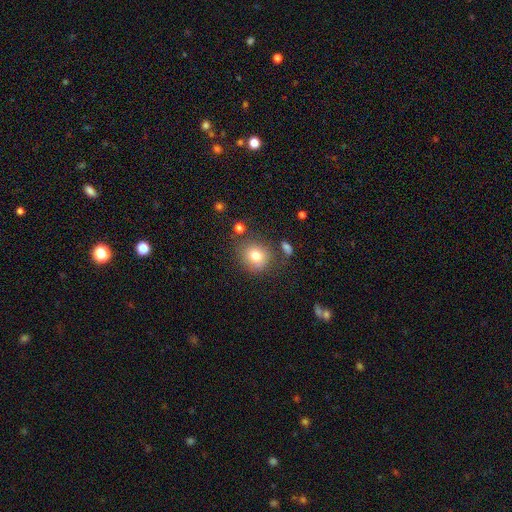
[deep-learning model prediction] The model was most divided on "merging": none: 72%, minor disturbance: 16%, merger: 7%, major disturbance: 6%. More confident: how rounded — round (83%); smooth or featured — smooth (78%).